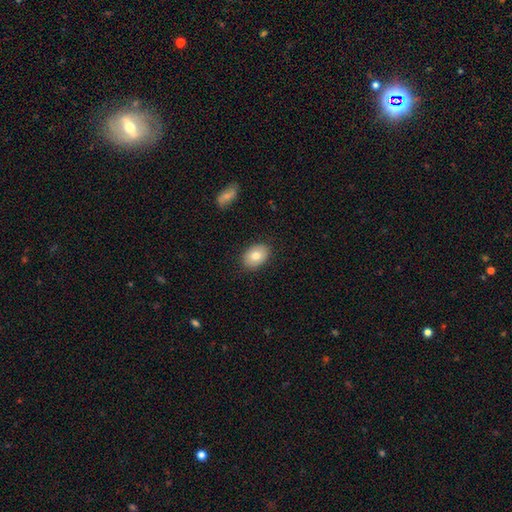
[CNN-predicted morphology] A smooth galaxy with no disk features (79%) that is in between round and cigar-shaped (81%). Merging: none (87%).